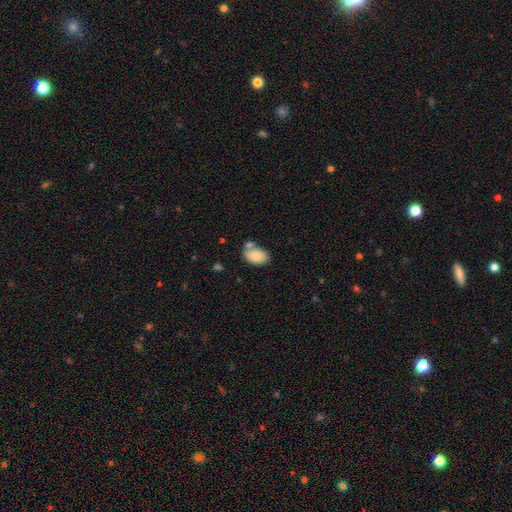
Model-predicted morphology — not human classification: Smooth or featured: smooth — 84% (featured or disk — 10%)
How rounded: in between — 91% (round — 8%)
Merging: none — 54% (merger — 23%)